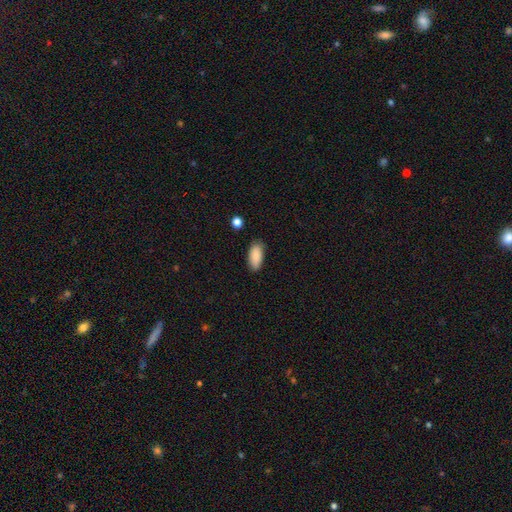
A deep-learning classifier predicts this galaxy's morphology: smooth_or_featured: smooth (p=0.89) [alt: star or artifact p=0.07]
how_rounded: in between (p=0.89) [alt: cigar-shaped p=0.09]
merging: none (p=0.80) [alt: minor disturbance p=0.15]